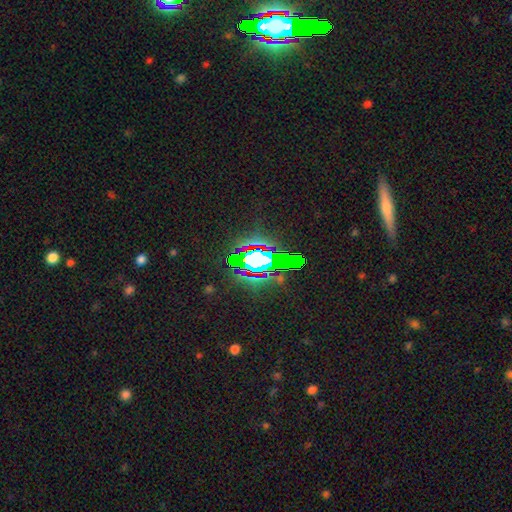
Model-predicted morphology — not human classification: smooth_or_featured: star or artifact (p=0.68) [alt: smooth p=0.18]